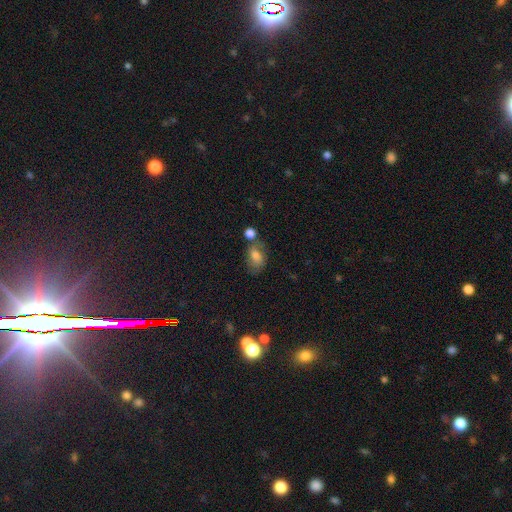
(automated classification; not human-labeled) The model was most divided on "merging": none: 48%, merger: 22%, minor disturbance: 21%, major disturbance: 10%. More confident: how rounded — in between (77%); smooth or featured — smooth (71%).